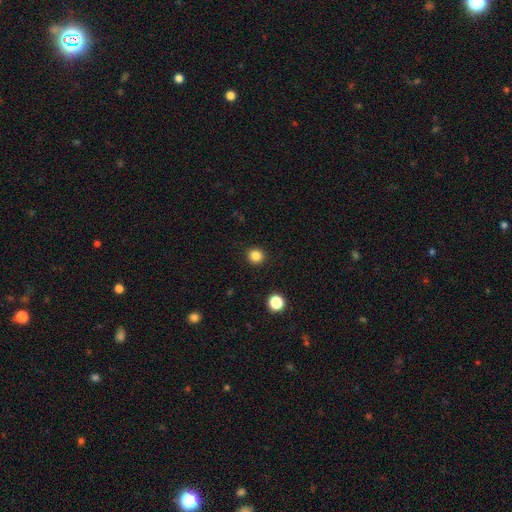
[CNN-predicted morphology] smooth-or-featured: smooth: 84% | star or artifact: 12% | featured or disk: 4%
  how-rounded: round: 92% | in between: 7% | cigar-shaped: 1%
  merging: none: 93% | minor disturbance: 5% | major disturbance: 2% | merger: 1%